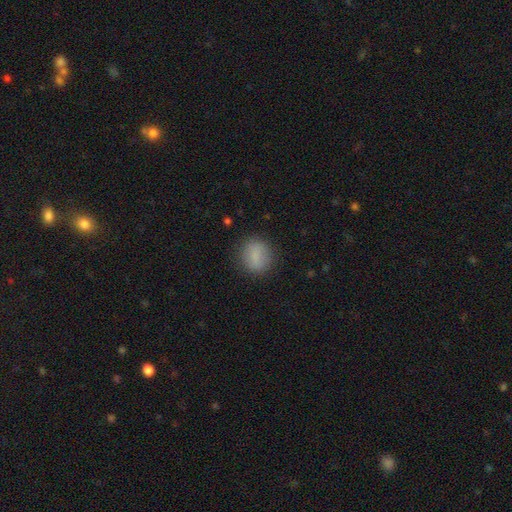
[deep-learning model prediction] This appears to be a smooth galaxy with no disk features (83%) that is round (78%). Merging: none (85%).